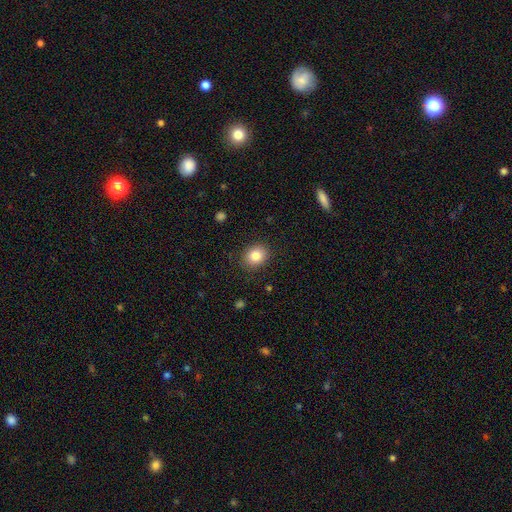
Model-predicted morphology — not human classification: Q: Smooth or featured?
A: smooth (84%); runner-up: star or artifact (9%)
Q: How rounded?
A: round (62%); runner-up: in between (37%)
Q: Merging?
A: none (87%); runner-up: minor disturbance (9%)